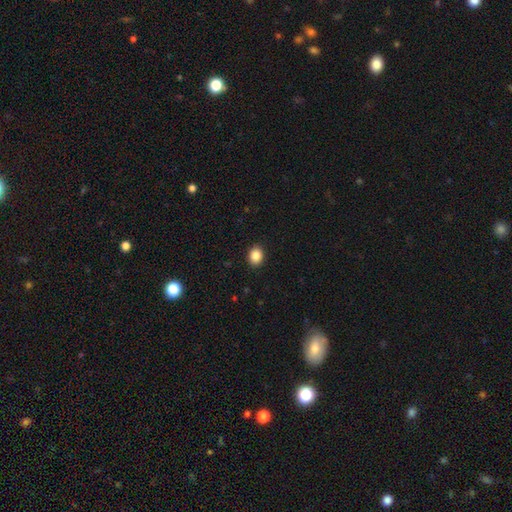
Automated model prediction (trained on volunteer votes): Morphology: type=smooth (87%); roundness=round (52%); merging=none (91%).